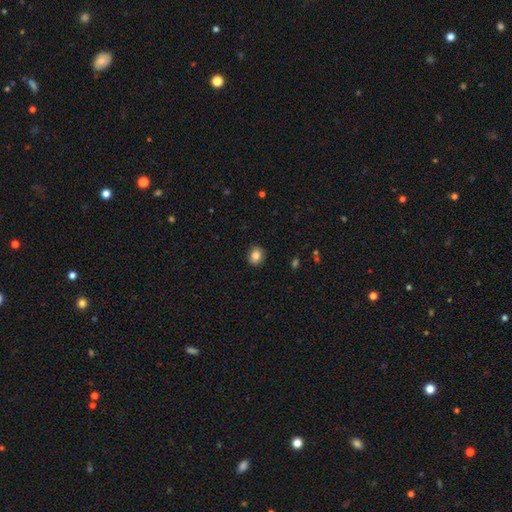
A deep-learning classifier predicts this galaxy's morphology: This appears to be a smooth galaxy with no disk features (85%) that is round (60%). Merging: none (88%).